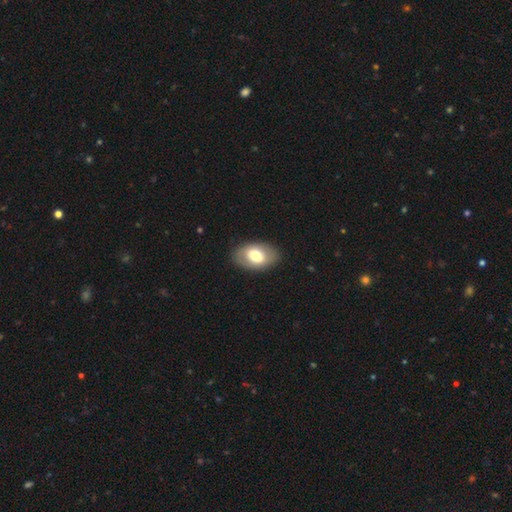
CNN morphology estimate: Overall: smooth (65%; featured or disk 29%). How rounded: in between (88%). Merging: none (86%).